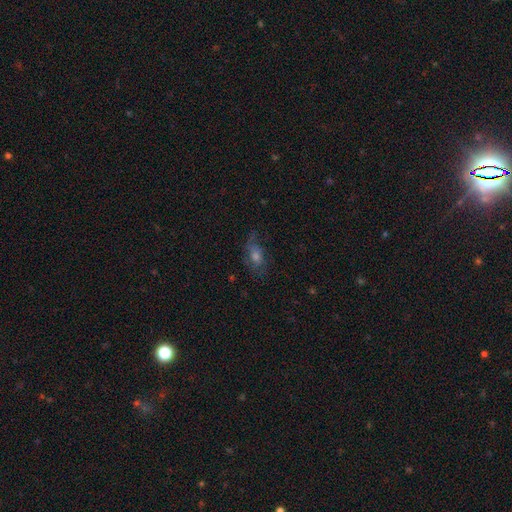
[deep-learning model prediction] Smooth or featured? Predicted: smooth (p=0.43). Merging? Predicted: none (p=0.59).